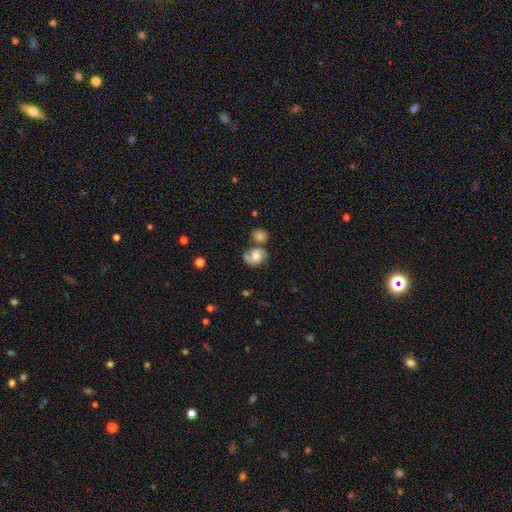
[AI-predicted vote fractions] The model was most divided on "spiral winding": medium: 50%, tight: 29%, loose: 22%. More confident: edge-on disk — no (98%); spiral arms — yes (89%); spiral arm count — 2 (83%); smooth or featured — featured or disk (64%); bar — no (62%); bulge size — moderate (59%); merging — none (51%).